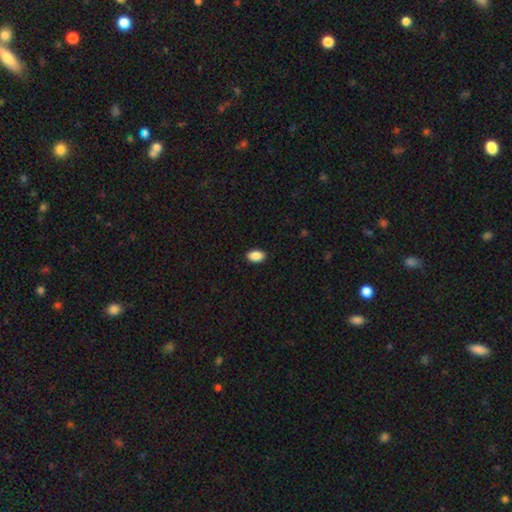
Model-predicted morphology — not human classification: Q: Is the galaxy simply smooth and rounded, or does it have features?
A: smooth — 90%.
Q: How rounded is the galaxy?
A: in between — 90%.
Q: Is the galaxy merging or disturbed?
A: none — 89%.